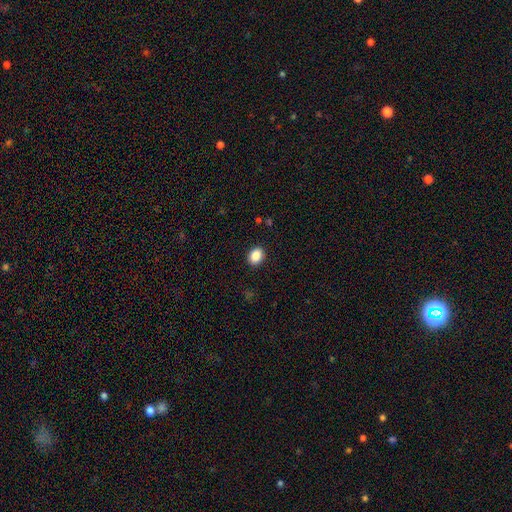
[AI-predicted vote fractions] A smooth galaxy with no disk features (88%) that is in between round and cigar-shaped (63%).

Vote fractions:
- Smooth or featured? smooth: 88% / star or artifact: 9% / featured or disk: 3%
- How rounded? in between: 63% / round: 36% / cigar-shaped: 1%
- Merging? none: 90% / minor disturbance: 7% / major disturbance: 2% / merger: 1%